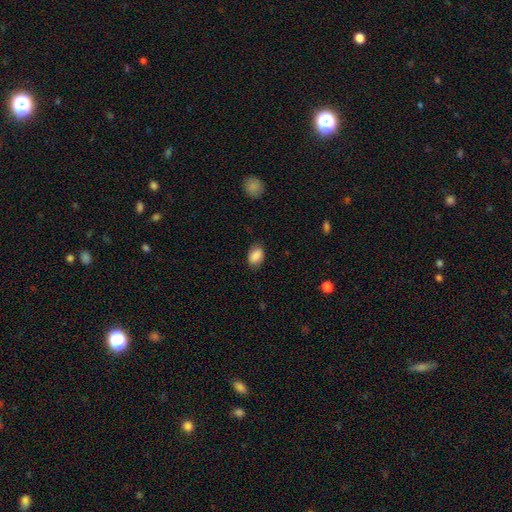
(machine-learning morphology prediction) This appears to be a smooth galaxy with no disk features (87%) that is in between round and cigar-shaped (82%). Merging: none (80%).